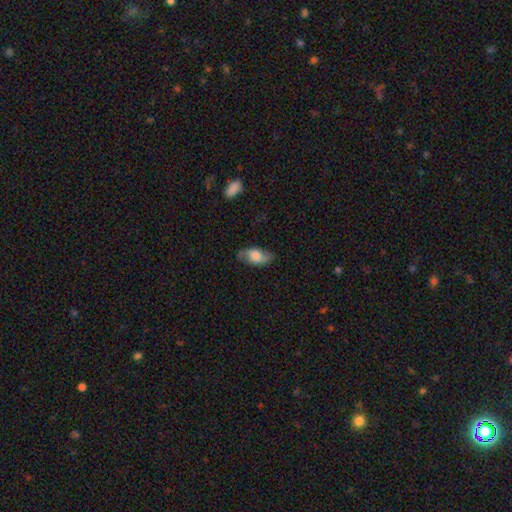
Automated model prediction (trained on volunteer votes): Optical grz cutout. It shows a smooth galaxy with no disk features (60%) that is in between round and cigar-shaped (89%). Merging: none (71%).